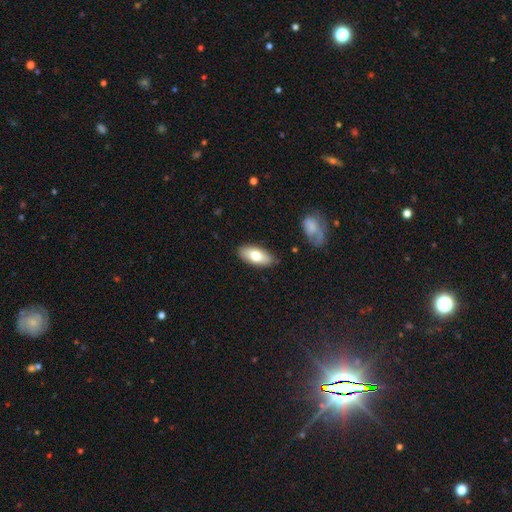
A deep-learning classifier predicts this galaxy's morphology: smooth-or-featured: smooth: 74% | featured or disk: 20% | star or artifact: 6%
  how-rounded: in between: 87% | cigar-shaped: 11% | round: 2%
  merging: none: 86% | minor disturbance: 10% | major disturbance: 2% | merger: 2%